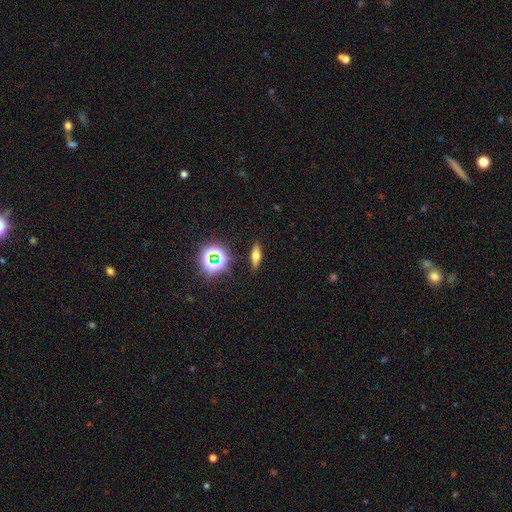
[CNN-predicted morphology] A smooth galaxy with no disk features (49%).

Vote fractions:
- Smooth or featured? smooth: 49% / featured or disk: 33% / star or artifact: 18%
- Merging? none: 89% / minor disturbance: 8% / major disturbance: 2% / merger: 1%